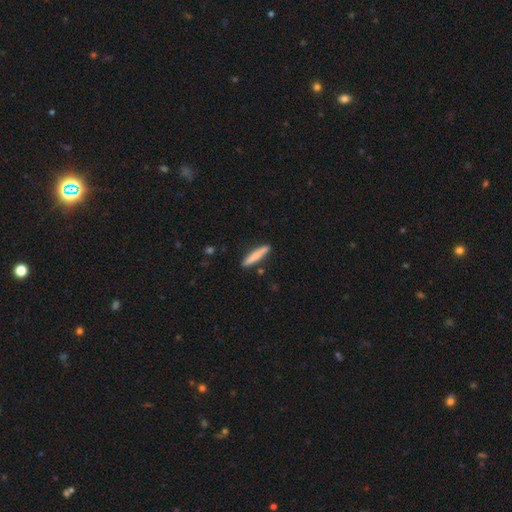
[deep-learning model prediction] Smooth or featured?
  - smooth: 75% *
  - featured or disk: 19%
  - star or artifact: 6%
How rounded?
  - cigar-shaped: 91% *
  - in between: 8%
  - round: 1%
Merging?
  - none: 87% *
  - minor disturbance: 9%
  - merger: 3%
  - major disturbance: 2%